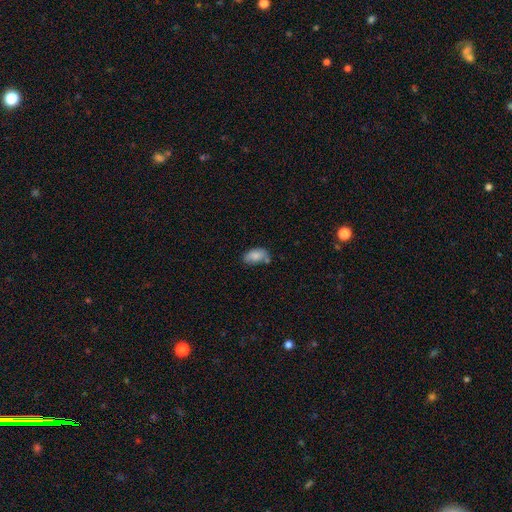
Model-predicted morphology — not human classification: A smooth galaxy with no disk features (83%) that is in between round and cigar-shaped (93%). Merging: none (59%).